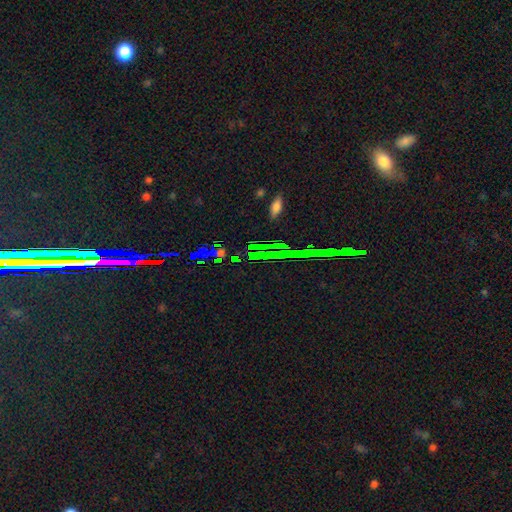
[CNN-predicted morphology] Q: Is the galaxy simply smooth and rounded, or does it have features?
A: star or artifact — 72%.